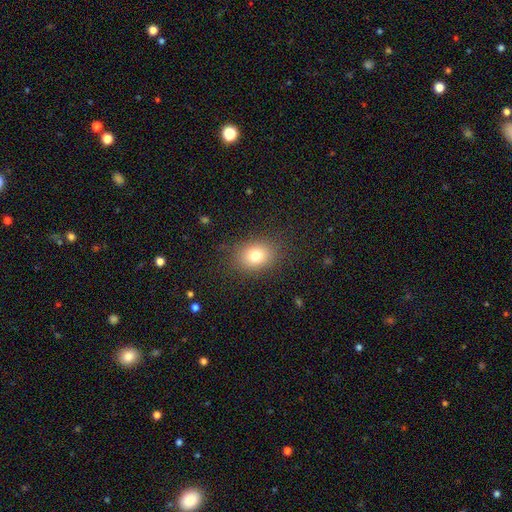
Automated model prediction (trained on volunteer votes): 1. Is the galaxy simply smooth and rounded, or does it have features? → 78% smooth, 12% star or artifact, 10% featured or disk.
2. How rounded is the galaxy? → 54% in between, 45% round, 1% cigar-shaped.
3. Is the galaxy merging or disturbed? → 84% none, 11% minor disturbance, 4% major disturbance, 1% merger.